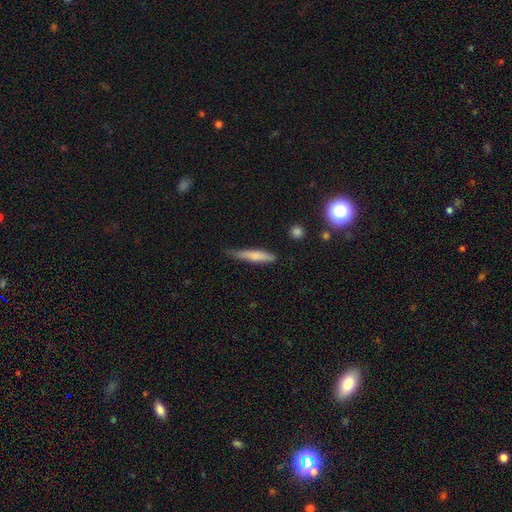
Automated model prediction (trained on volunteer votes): smooth-or-featured: smooth: 70% | featured or disk: 24% | star or artifact: 6%
  how-rounded: cigar-shaped: 90% | in between: 9% | round: 2%
  merging: none: 64% | minor disturbance: 28% | major disturbance: 5% | merger: 2%